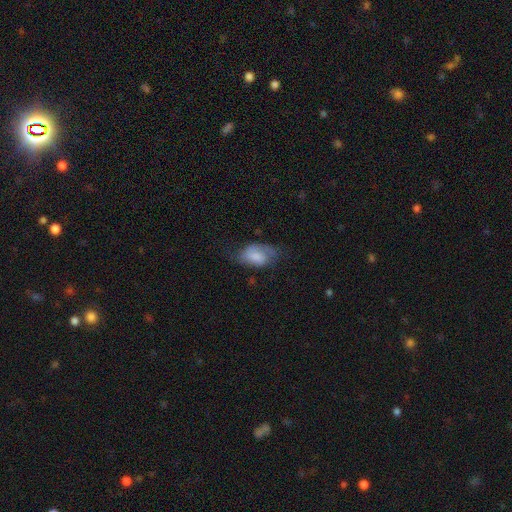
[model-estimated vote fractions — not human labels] This is possibly a smooth galaxy (56%). How rounded: clearly in between (89%). Merging: marginally none (43%).